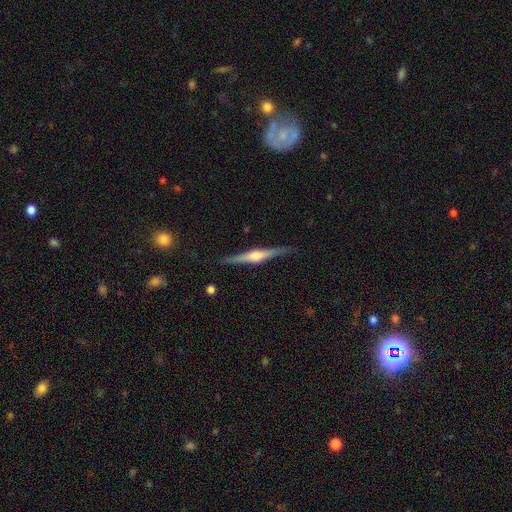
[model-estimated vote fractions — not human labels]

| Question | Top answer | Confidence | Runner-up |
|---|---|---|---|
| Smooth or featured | featured or disk | 78% | smooth (16%) |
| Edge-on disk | yes | 98% | no (2%) |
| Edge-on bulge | rounded | 88% | boxy (8%) |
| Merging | none | 89% | minor disturbance (8%) |